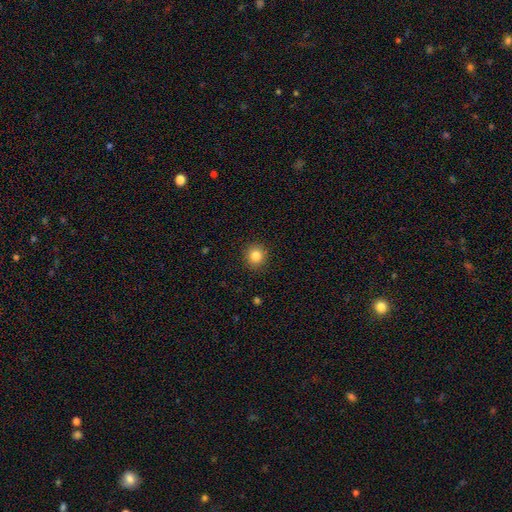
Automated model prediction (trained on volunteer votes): Smooth or featured?
  - smooth: 83% *
  - star or artifact: 11%
  - featured or disk: 5%
How rounded?
  - round: 90% *
  - in between: 9%
  - cigar-shaped: 1%
Merging?
  - none: 91% *
  - minor disturbance: 6%
  - major disturbance: 2%
  - merger: 1%